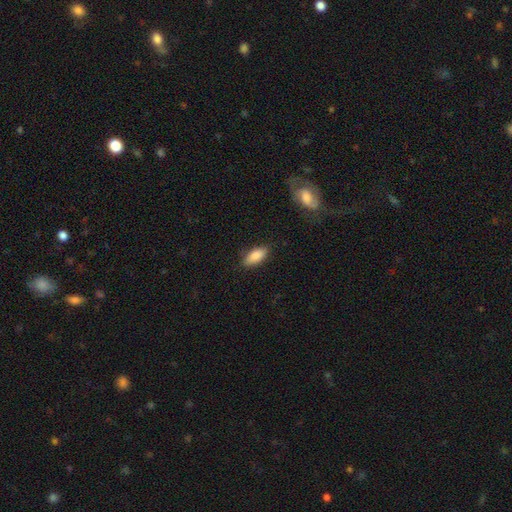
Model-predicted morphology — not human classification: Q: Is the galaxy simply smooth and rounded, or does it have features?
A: smooth — 86%.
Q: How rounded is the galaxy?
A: in between — 83%.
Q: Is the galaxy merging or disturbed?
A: none — 83%.